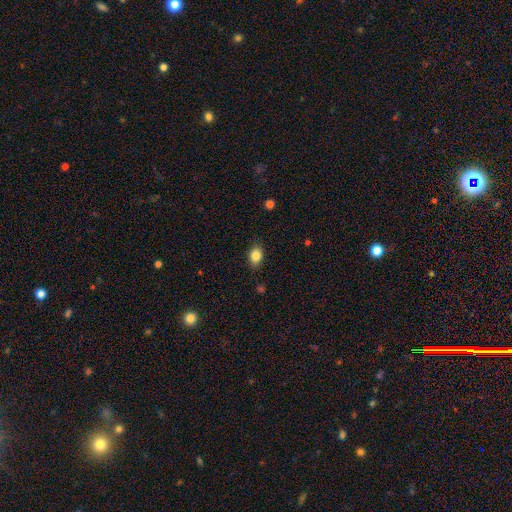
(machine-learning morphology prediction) This appears to be a smooth galaxy with no disk features (84%) that is in between round and cigar-shaped (69%). Merging: none (83%).